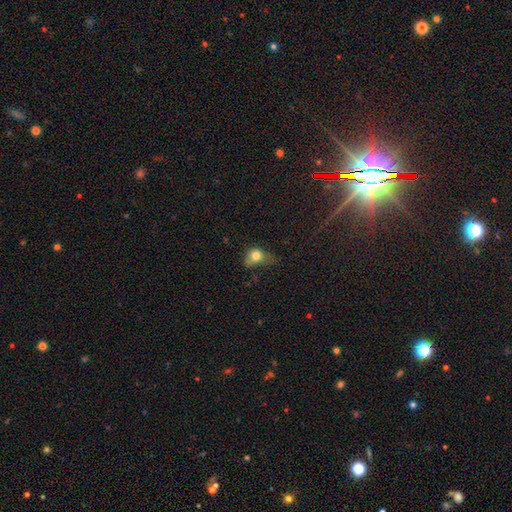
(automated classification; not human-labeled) Smooth or featured? Predicted: smooth (p=0.75). How rounded? Predicted: round (p=0.53). Merging? Predicted: minor disturbance (p=0.37).